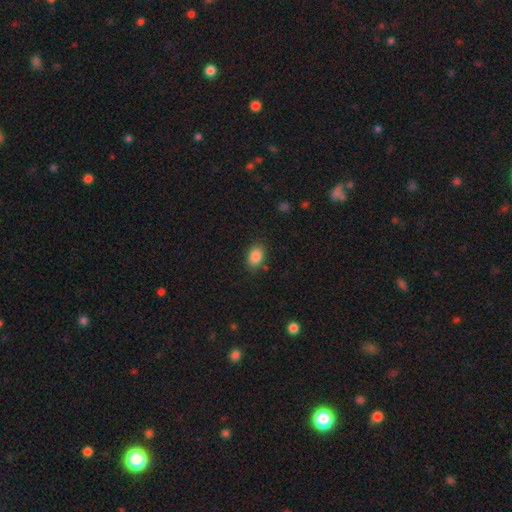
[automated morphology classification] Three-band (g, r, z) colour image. It shows a smooth galaxy with no disk features (87%) that is in between round and cigar-shaped (81%). Merging: none (83%).